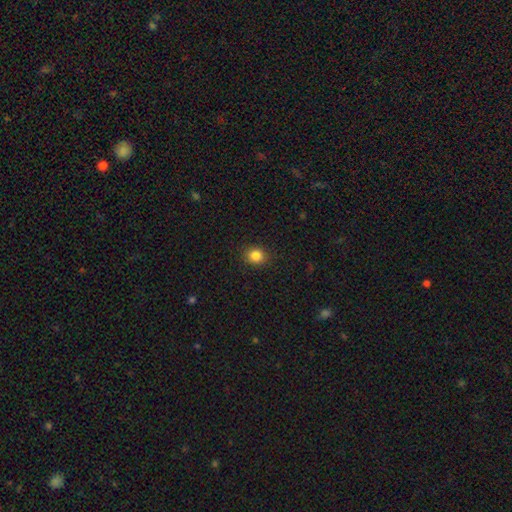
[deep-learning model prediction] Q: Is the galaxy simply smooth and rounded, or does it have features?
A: smooth — 85%.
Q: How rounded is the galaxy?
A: round — 80%.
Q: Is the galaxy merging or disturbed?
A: none — 90%.